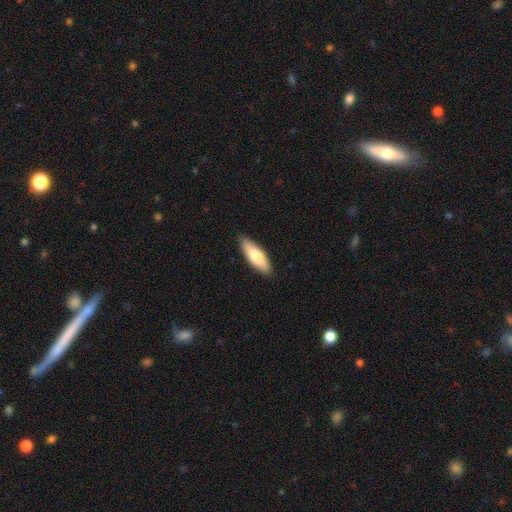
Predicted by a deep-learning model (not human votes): smooth_or_featured: smooth (p=0.74) [alt: featured or disk p=0.21]
how_rounded: in between (p=0.55) [alt: cigar-shaped p=0.44]
merging: none (p=0.88) [alt: minor disturbance p=0.10]